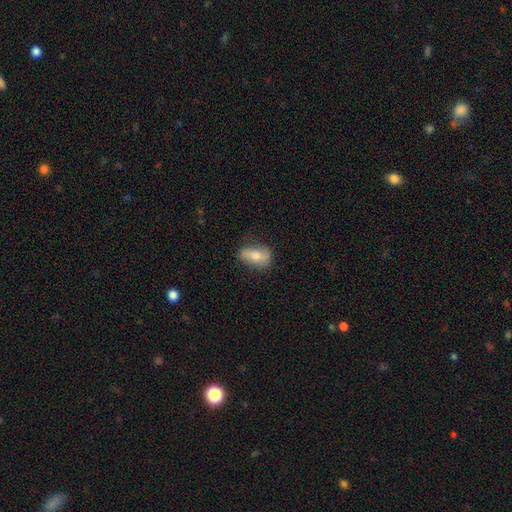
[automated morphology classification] smooth-or-featured: smooth: 66% | featured or disk: 27% | star or artifact: 7%
  how-rounded: in between: 86% | round: 8% | cigar-shaped: 6%
  merging: none: 69% | minor disturbance: 23% | major disturbance: 6% | merger: 2%